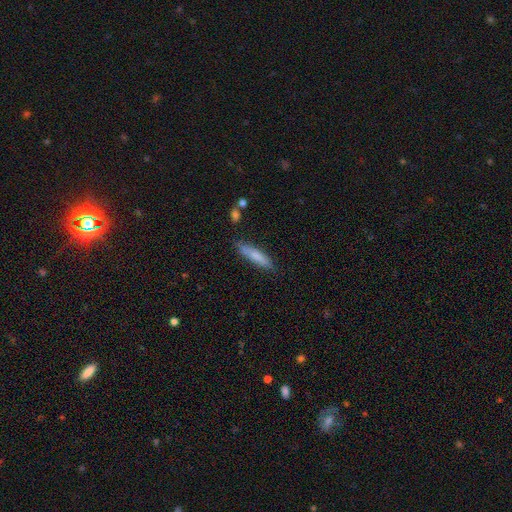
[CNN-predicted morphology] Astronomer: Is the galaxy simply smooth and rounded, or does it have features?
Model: smooth — 76%.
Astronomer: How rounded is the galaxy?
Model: cigar-shaped — 82%.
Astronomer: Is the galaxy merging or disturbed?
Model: none — 79%.